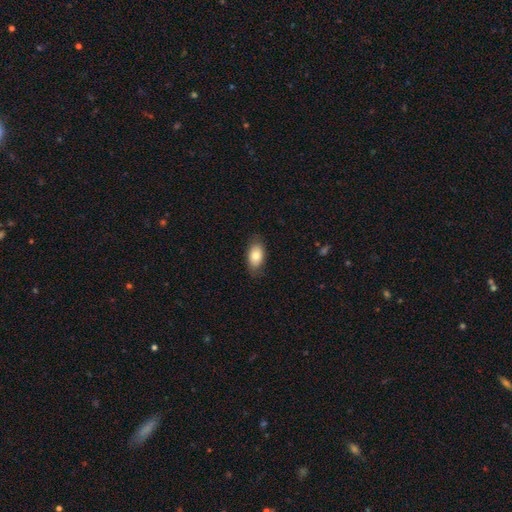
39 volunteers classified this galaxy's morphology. Smooth or featured?
  - smooth: 79% *
  - featured or disk: 15%
  - star or artifact: 5%
How rounded?
  - in between: 94% *
  - cigar-shaped: 6%
  - round: 0%
Merging?
  - none: 84% *
  - minor disturbance: 14%
  - merger: 3%
  - major disturbance: 0%